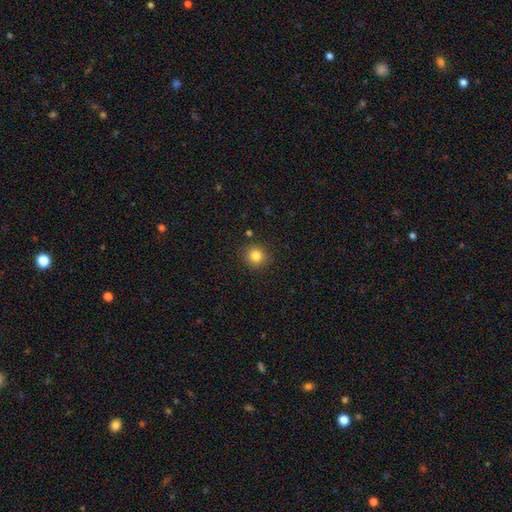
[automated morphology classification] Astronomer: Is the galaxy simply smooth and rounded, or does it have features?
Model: smooth — 84%.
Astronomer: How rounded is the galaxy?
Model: round — 91%.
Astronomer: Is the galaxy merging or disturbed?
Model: none — 89%.